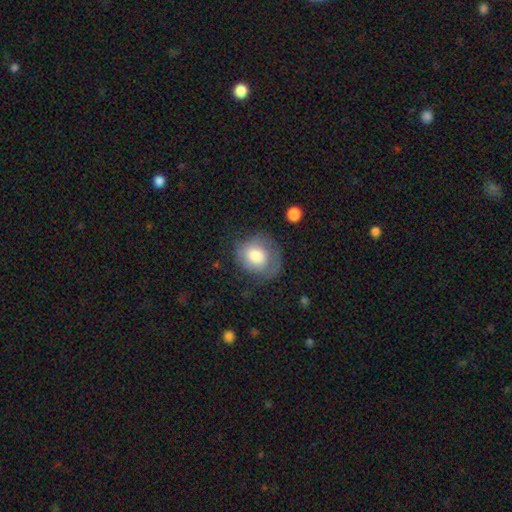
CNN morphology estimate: smooth-or-featured: smooth: 71% | featured or disk: 21% | star or artifact: 7%
  how-rounded: round: 69% | in between: 30% | cigar-shaped: 1%
  merging: none: 50% | minor disturbance: 28% | major disturbance: 20% | merger: 2%